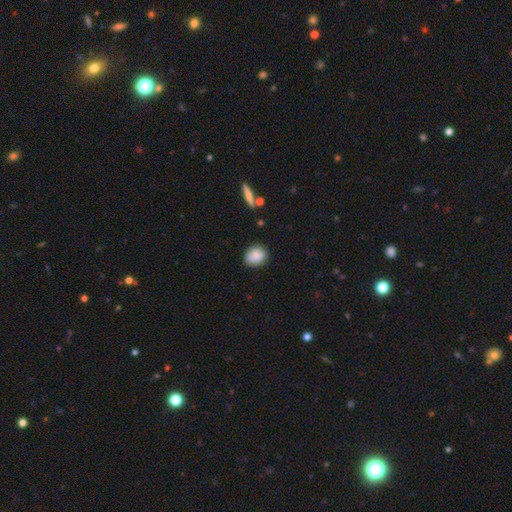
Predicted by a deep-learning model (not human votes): Smooth or featured?
  - smooth: 84% *
  - star or artifact: 8%
  - featured or disk: 8%
How rounded?
  - round: 50% *
  - in between: 48%
  - cigar-shaped: 2%
Merging?
  - none: 76% *
  - minor disturbance: 18%
  - major disturbance: 3%
  - merger: 2%